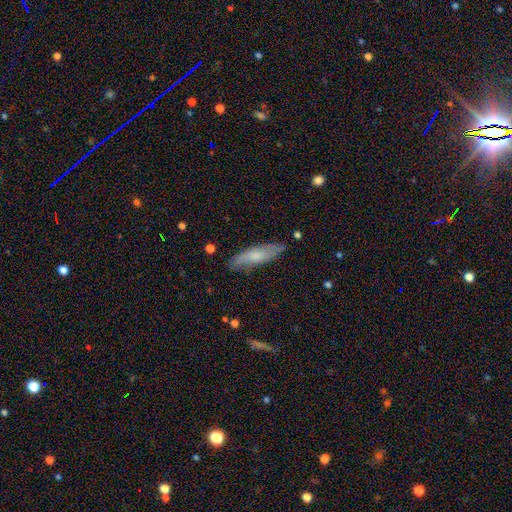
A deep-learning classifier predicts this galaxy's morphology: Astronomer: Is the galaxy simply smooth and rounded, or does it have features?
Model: smooth — 60%.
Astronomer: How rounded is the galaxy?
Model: cigar-shaped — 62%.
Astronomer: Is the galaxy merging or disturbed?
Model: none — 80%.